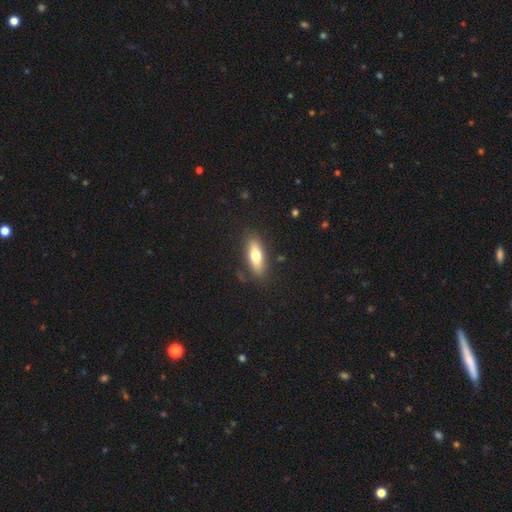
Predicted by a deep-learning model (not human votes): Morphology: type=smooth (70%); roundness=in between (65%); merging=none (84%).